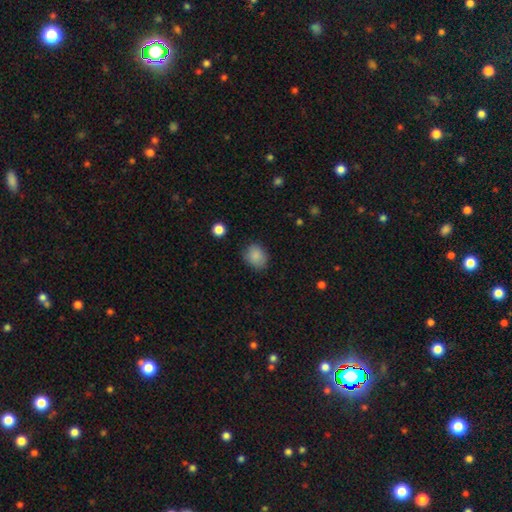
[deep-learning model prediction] A smooth galaxy with no disk features (86%) that is round (56%). Merging: none (79%).